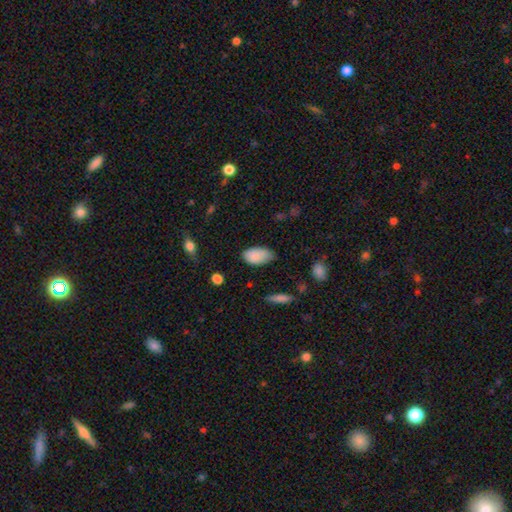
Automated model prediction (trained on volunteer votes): Smooth or featured? smooth (86%)
How rounded? in between (94%)
Merging? none (63%)